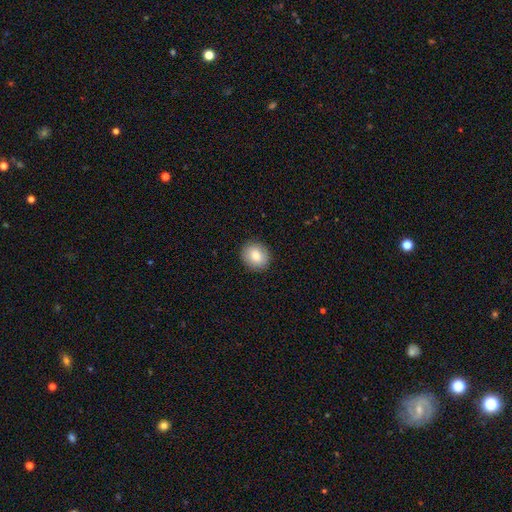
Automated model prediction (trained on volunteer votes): smooth 81%, featured or disk 11%, star or artifact 8%. Down the decision tree: how rounded — round (71%); merging — none (90%).